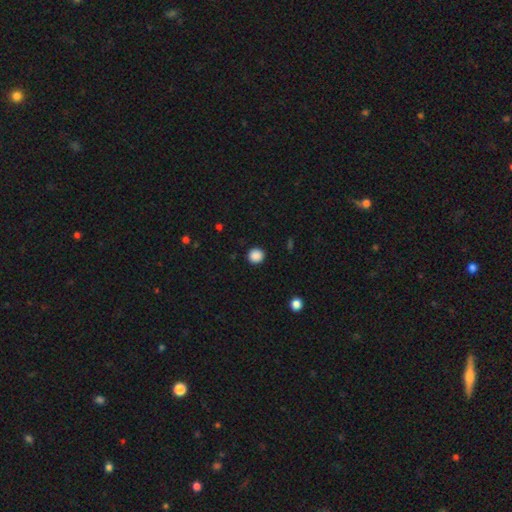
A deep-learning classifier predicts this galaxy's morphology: smooth-or-featured: smooth: 88% | star or artifact: 10% | featured or disk: 2%
  how-rounded: round: 93% | in between: 6% | cigar-shaped: 1%
  merging: none: 92% | minor disturbance: 5% | major disturbance: 2% | merger: 1%